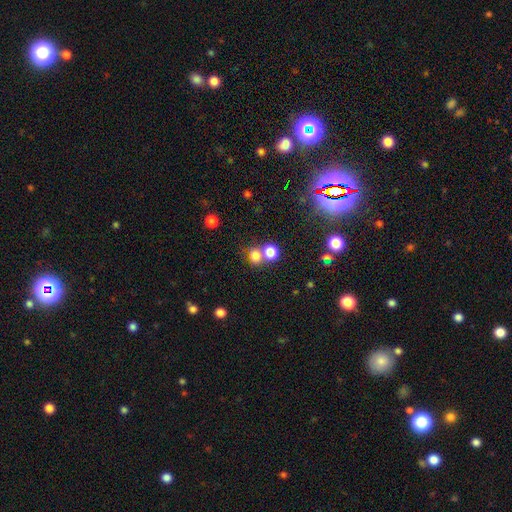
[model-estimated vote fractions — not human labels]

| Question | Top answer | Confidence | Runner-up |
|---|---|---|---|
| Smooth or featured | smooth | 77% | star or artifact (14%) |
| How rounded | round | 68% | in between (31%) |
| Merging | merger | 49% | none (40%) |